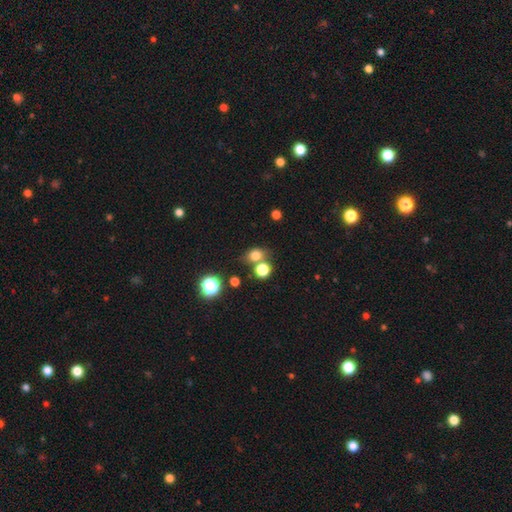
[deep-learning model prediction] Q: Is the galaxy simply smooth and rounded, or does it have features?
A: smooth — 75%.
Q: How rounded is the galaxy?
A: round — 59%.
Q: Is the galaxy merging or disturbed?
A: none — 60%.